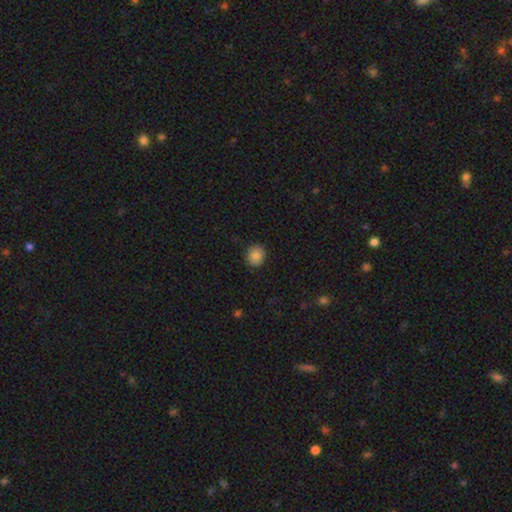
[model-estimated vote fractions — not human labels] smooth-or-featured: smooth: 85% | star or artifact: 9% | featured or disk: 6%
  how-rounded: round: 82% | in between: 17% | cigar-shaped: 1%
  merging: none: 90% | minor disturbance: 7% | major disturbance: 2% | merger: 1%